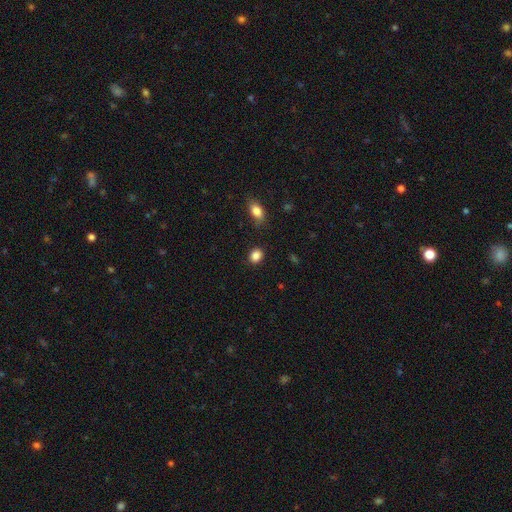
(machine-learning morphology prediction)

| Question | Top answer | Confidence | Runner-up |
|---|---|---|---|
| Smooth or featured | smooth | 87% | star or artifact (10%) |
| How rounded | round | 52% | in between (46%) |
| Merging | none | 87% | minor disturbance (9%) |